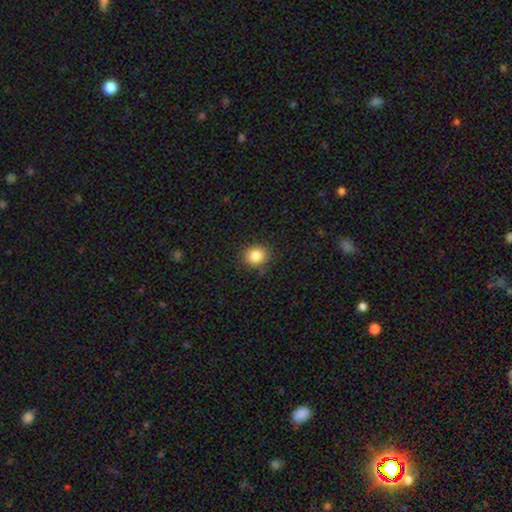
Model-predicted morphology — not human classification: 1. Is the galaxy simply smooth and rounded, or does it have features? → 85% smooth, 10% star or artifact, 5% featured or disk.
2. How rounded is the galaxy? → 77% round, 22% in between, 1% cigar-shaped.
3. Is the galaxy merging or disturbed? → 87% none, 9% minor disturbance, 2% major disturbance, 1% merger.